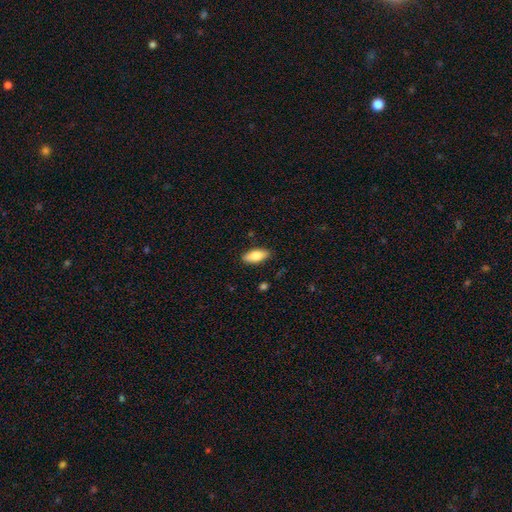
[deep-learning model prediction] Q: Smooth or featured?
A: smooth (78%); runner-up: featured or disk (16%)
Q: How rounded?
A: in between (82%); runner-up: cigar-shaped (16%)
Q: Merging?
A: none (88%); runner-up: minor disturbance (9%)